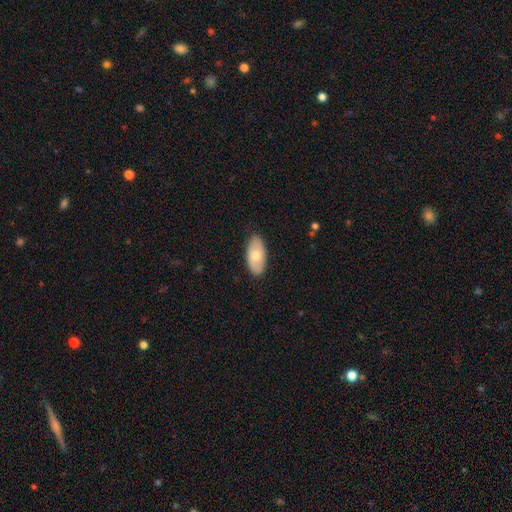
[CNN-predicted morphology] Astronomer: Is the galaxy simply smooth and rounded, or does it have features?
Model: smooth — 68%.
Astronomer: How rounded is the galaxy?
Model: in between — 94%.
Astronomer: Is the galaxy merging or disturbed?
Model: none — 85%.